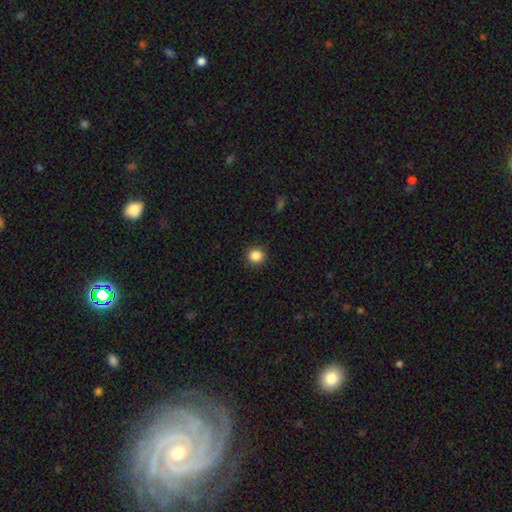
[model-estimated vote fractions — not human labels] Morphology: type=smooth (87%); roundness=round (91%); merging=none (91%).